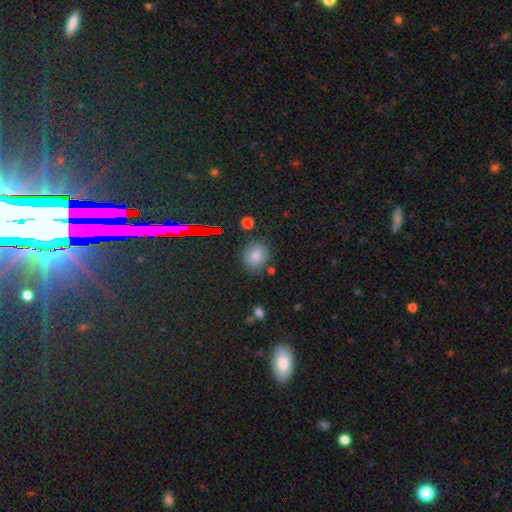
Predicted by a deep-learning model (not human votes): smooth-or-featured: smooth: 74% | star or artifact: 17% | featured or disk: 9%
  how-rounded: round: 78% | in between: 21% | cigar-shaped: 1%
  merging: none: 80% | minor disturbance: 12% | merger: 4% | major disturbance: 4%